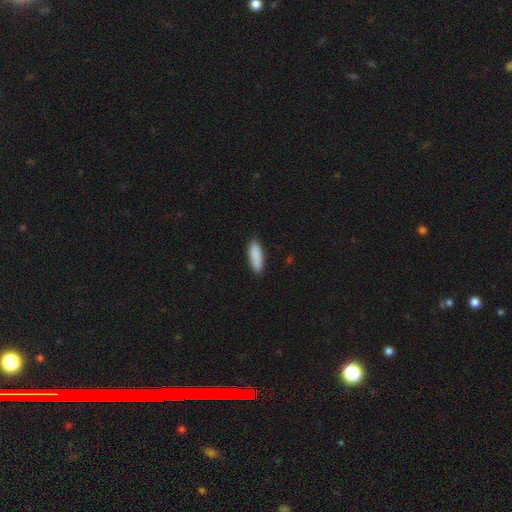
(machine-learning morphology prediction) type=smooth (89%); roundness=cigar-shaped (51%); merging=none (88%).